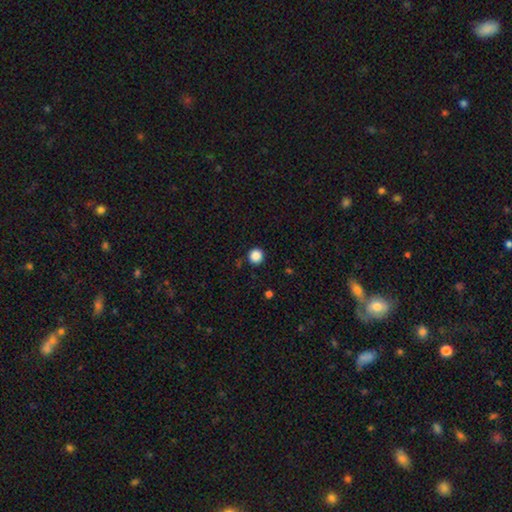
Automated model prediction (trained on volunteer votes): This is clearly a smooth galaxy (87%). How rounded: clearly round (96%). Merging: clearly none (90%).